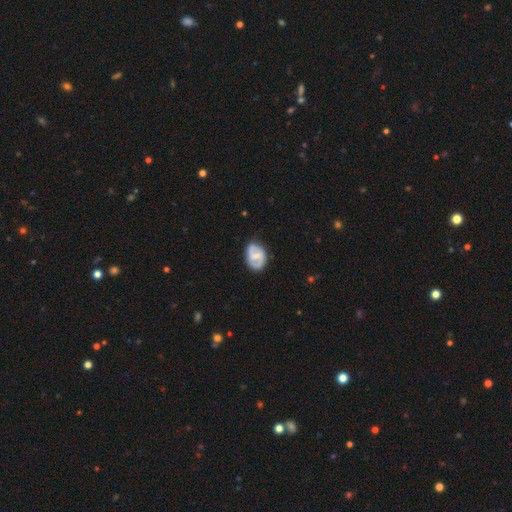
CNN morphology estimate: smooth_or_featured: featured or disk (p=0.59) [alt: smooth p=0.35]
disk_edge_on: no (p=0.96) [alt: yes p=0.04]
bar: weak (p=0.47) [alt: no p=0.27]
has_spiral_arms: yes (p=0.59) [alt: no p=0.41]
bulge_size: moderate (p=0.44) [alt: small p=0.43]
merging: none (p=0.73) [alt: minor disturbance p=0.19]